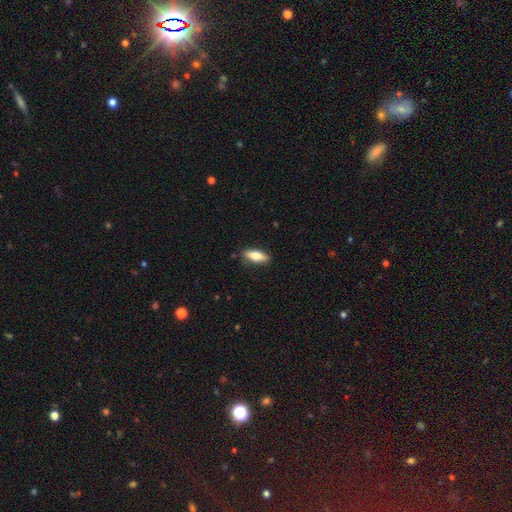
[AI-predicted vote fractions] smooth_or_featured: smooth (p=0.75) [alt: featured or disk p=0.19]
how_rounded: in between (p=0.70) [alt: cigar-shaped p=0.28]
merging: none (p=0.86) [alt: minor disturbance p=0.11]